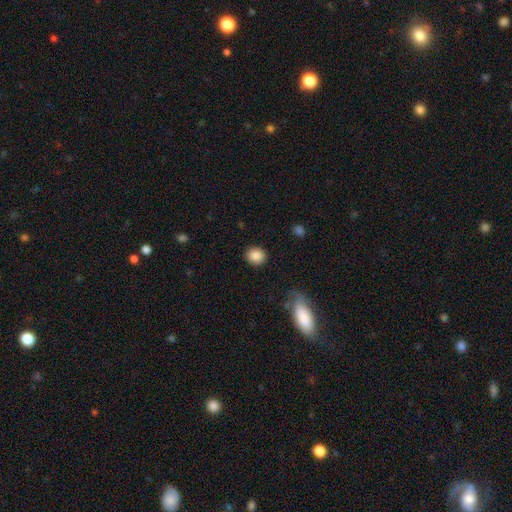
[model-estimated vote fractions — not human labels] smooth-or-featured: smooth: 88% | star or artifact: 8% | featured or disk: 4%
  how-rounded: round: 78% | in between: 21% | cigar-shaped: 1%
  merging: none: 89% | minor disturbance: 7% | major disturbance: 2% | merger: 1%